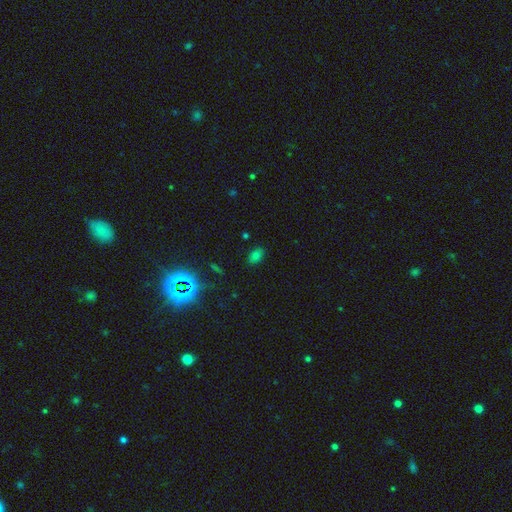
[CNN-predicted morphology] type=smooth (70%); roundness=in between (85%); merging=none (84%).